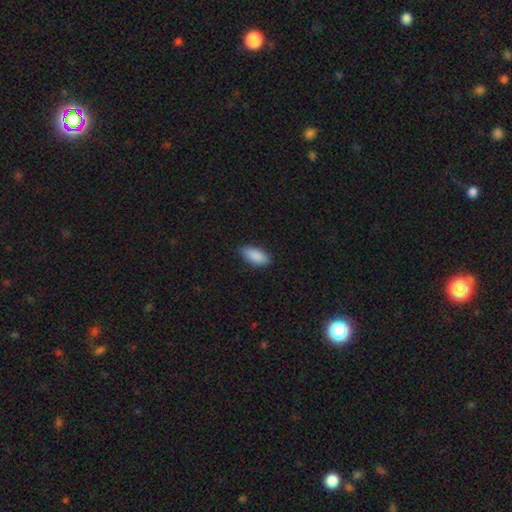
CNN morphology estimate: Smooth or featured?
  - smooth: 89% *
  - star or artifact: 6%
  - featured or disk: 5%
How rounded?
  - in between: 89% *
  - cigar-shaped: 9%
  - round: 2%
Merging?
  - none: 76% *
  - minor disturbance: 20%
  - major disturbance: 3%
  - merger: 1%